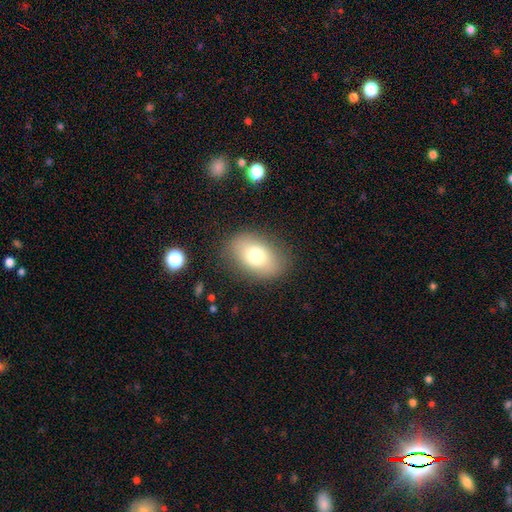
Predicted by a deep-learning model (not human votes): smooth 75%, featured or disk 16%, star or artifact 9%. Down the decision tree: how rounded — in between (85%); merging — none (82%).